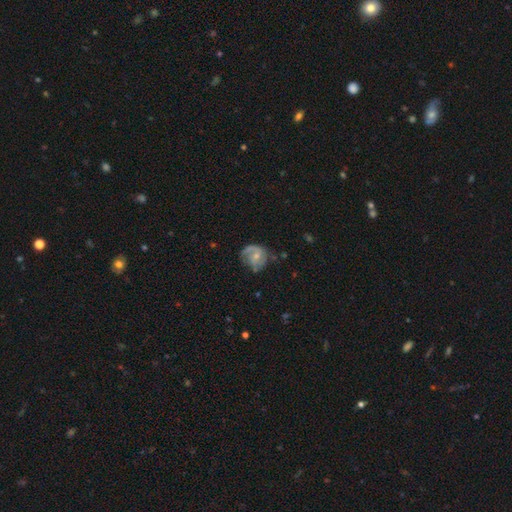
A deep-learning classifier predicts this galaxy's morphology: type=featured or disk (71%); edge-on=no (98%); bar=no (61%); spiral arms=yes (88%); winding=medium (43%); arm count=2 (49%); bulge=small (56%); merging=none (54%).